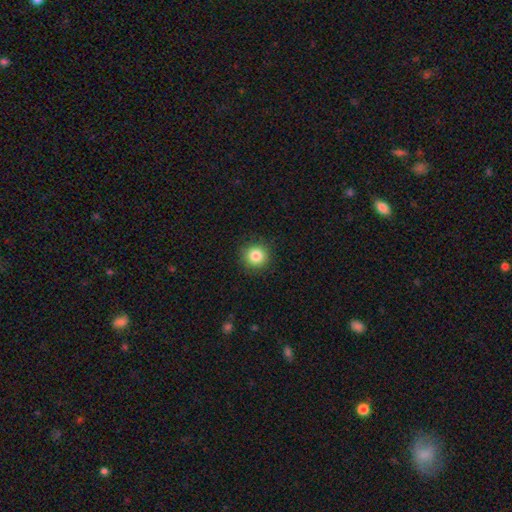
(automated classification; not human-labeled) smooth_or_featured: smooth (p=0.84) [alt: star or artifact p=0.11]
how_rounded: round (p=0.94) [alt: in between p=0.05]
merging: none (p=0.90) [alt: minor disturbance p=0.07]